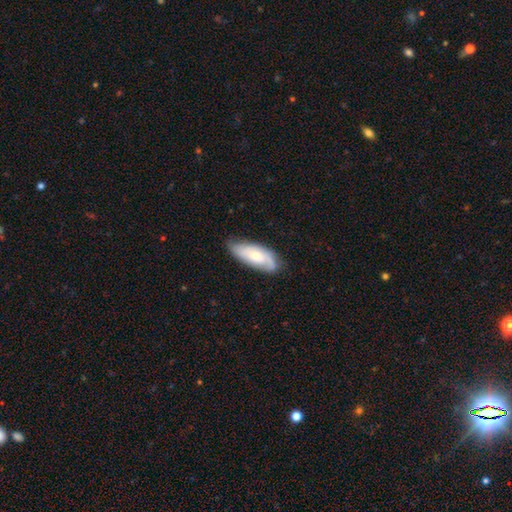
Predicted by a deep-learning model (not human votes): This is possibly a featured or disk galaxy (50%). Merging: likely none (68%).